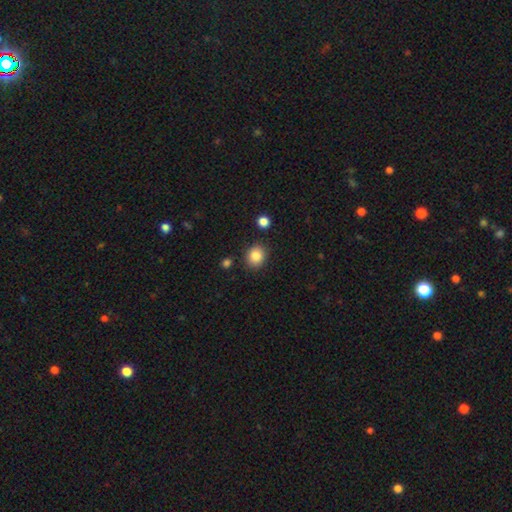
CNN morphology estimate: A smooth galaxy with no disk features (85%) that is round (72%). Merging: none (87%).